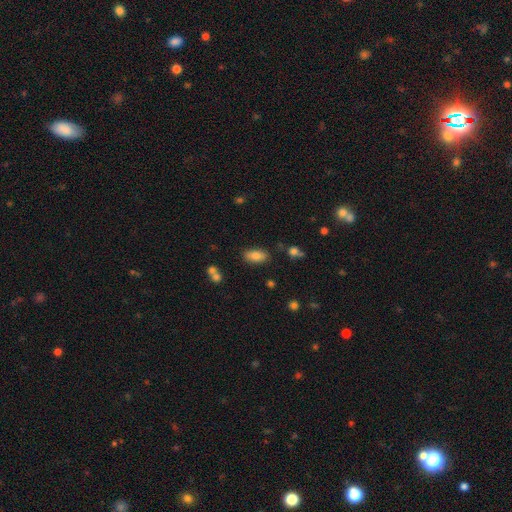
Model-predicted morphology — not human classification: The model was most divided on "merging": none: 82%, minor disturbance: 12%, merger: 4%, major disturbance: 3%. More confident: how rounded — in between (90%); smooth or featured — smooth (81%).